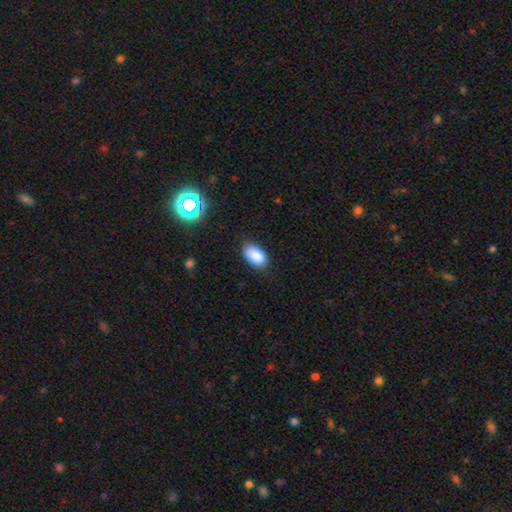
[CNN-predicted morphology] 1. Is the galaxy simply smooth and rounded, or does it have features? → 86% smooth, 9% star or artifact, 5% featured or disk.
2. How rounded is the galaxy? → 94% in between, 5% round, 2% cigar-shaped.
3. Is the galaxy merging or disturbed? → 83% none, 13% minor disturbance, 3% major disturbance, 1% merger.